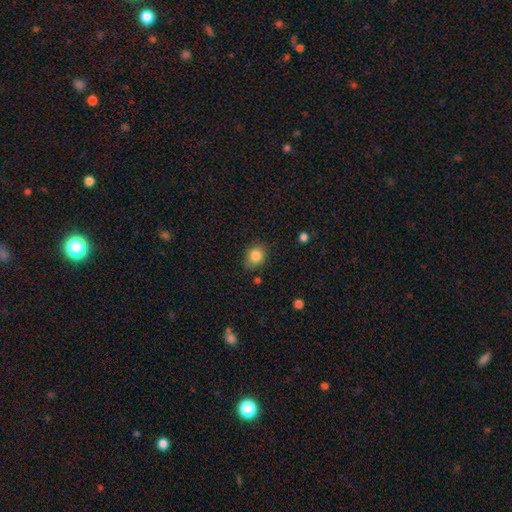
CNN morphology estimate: This appears to be a smooth galaxy with no disk features (84%) that is round (74%). Merging: none (76%).